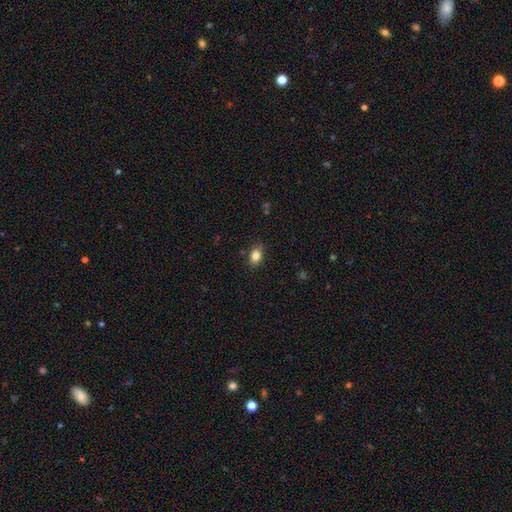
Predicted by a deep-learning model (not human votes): Morphology: type=smooth (84%); roundness=in between (73%); merging=none (77%).